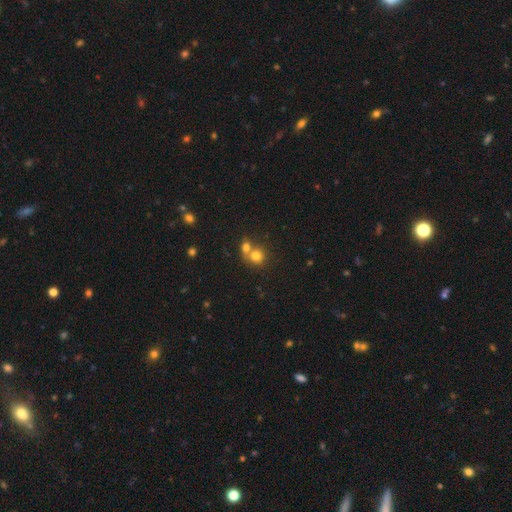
smooth-or-featured: smooth: 78% | featured or disk: 20% | star or artifact: 2%
  how-rounded: round: 81% | in between: 19% | cigar-shaped: 0%
  merging: merger: 67% | none: 23% | minor disturbance: 8% | major disturbance: 3%